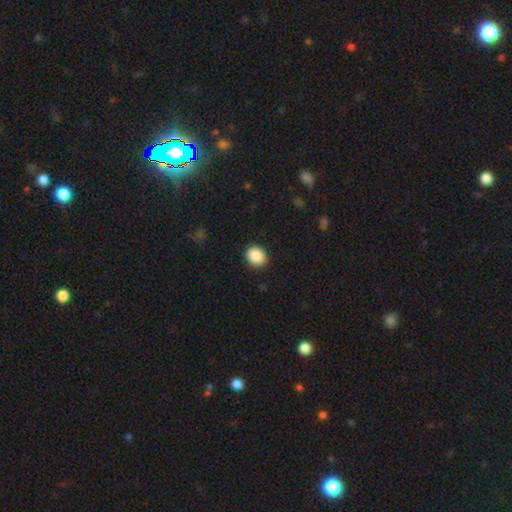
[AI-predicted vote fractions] A smooth galaxy with no disk features (89%) that is round (66%).

Vote fractions:
- Smooth or featured? smooth: 89% / star or artifact: 8% / featured or disk: 3%
- How rounded? round: 66% / in between: 33% / cigar-shaped: 1%
- Merging? none: 89% / minor disturbance: 8% / major disturbance: 2% / merger: 1%